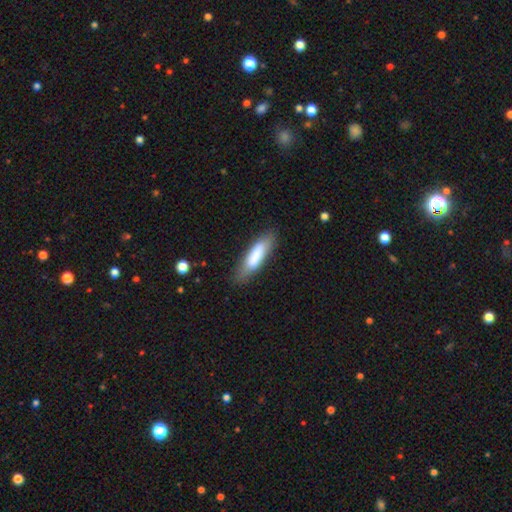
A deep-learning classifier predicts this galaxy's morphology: A smooth galaxy with no disk features (78%) that is cigar-shaped (63%).

Vote fractions:
- Smooth or featured? smooth: 78% / featured or disk: 16% / star or artifact: 6%
- How rounded? cigar-shaped: 63% / in between: 36% / round: 2%
- Merging? none: 77% / minor disturbance: 17% / major disturbance: 5% / merger: 2%